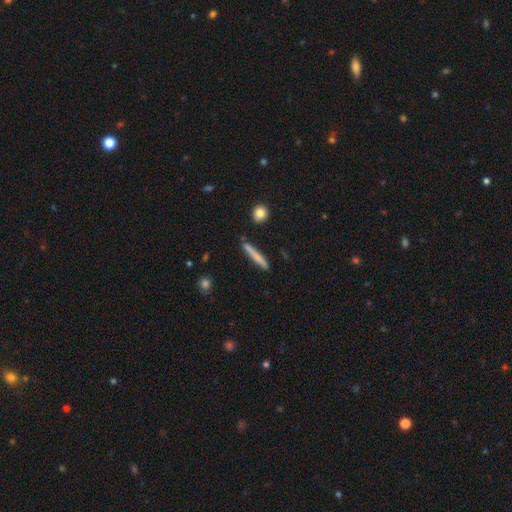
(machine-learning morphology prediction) smooth-or-featured: smooth: 64% | featured or disk: 30% | star or artifact: 6%
  how-rounded: cigar-shaped: 95% | in between: 3% | round: 2%
  merging: none: 87% | minor disturbance: 9% | merger: 3% | major disturbance: 2%